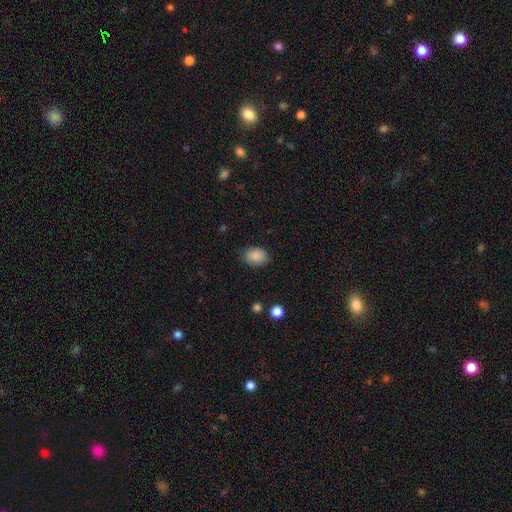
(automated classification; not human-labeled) A smooth galaxy with no disk features (86%) that is in between round and cigar-shaped (64%).

Vote fractions:
- Smooth or featured? smooth: 86% / star or artifact: 8% / featured or disk: 6%
- How rounded? in between: 64% / round: 35% / cigar-shaped: 1%
- Merging? none: 80% / minor disturbance: 16% / major disturbance: 3% / merger: 1%